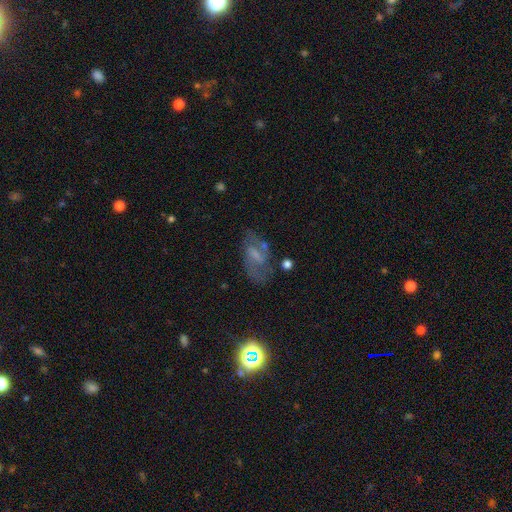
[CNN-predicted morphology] smooth-or-featured: featured or disk: 66% | smooth: 21% | star or artifact: 13%
  disk-edge-on: no: 95% | yes: 5%
    bar: weak: 51% | strong: 25% | no: 23%
    has-spiral-arms: yes: 82% | no: 18%
      spiral-winding: medium: 48% | loose: 32% | tight: 19%
      spiral-arm-count: 2: 78% | can't tell: 14% | 1: 4% | 3: 2% | 4: 1% | more than 4: 1%
    bulge-size: small: 37% | none: 35% | moderate: 23% | large: 4% | dominant: 1%
  merging: none: 63% | minor disturbance: 20% | major disturbance: 14% | merger: 4%